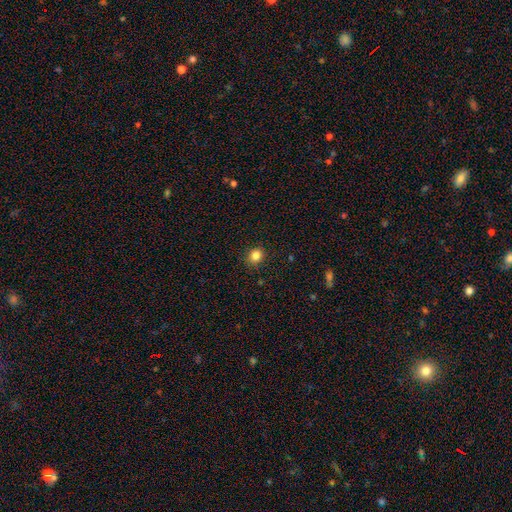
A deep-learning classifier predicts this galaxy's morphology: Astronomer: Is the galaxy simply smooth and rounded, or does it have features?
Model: smooth — 84%.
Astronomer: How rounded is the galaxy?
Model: round — 75%.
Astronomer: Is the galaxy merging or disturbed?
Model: none — 89%.